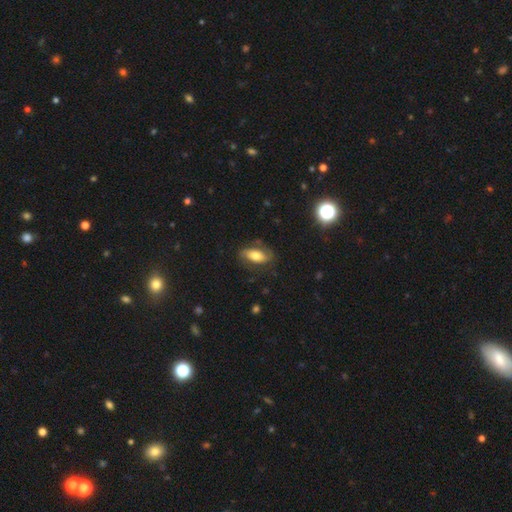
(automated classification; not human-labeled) Smooth or featured? smooth (55%)
How rounded? in between (87%)
Merging? none (69%)